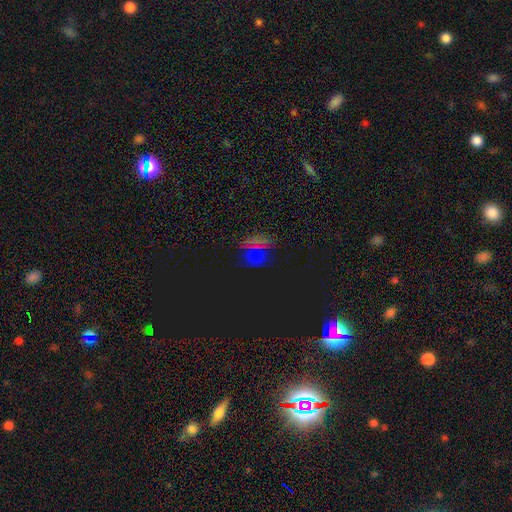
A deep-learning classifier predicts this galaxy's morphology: star or artifact 62%, smooth 31%, featured or disk 7%.